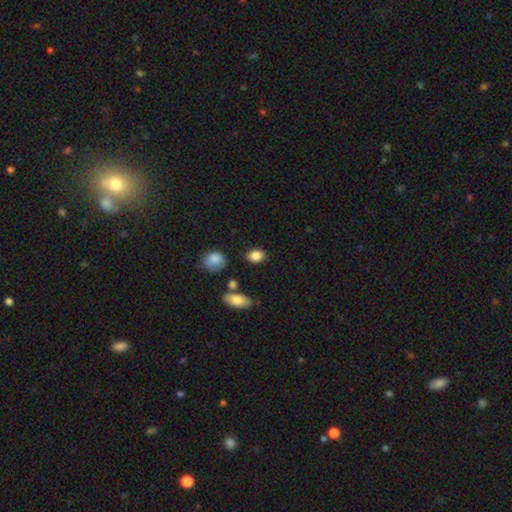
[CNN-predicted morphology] smooth_or_featured: smooth (p=0.86) [alt: star or artifact p=0.09]
how_rounded: in between (p=0.69) [alt: round p=0.29]
merging: none (p=0.81) [alt: minor disturbance p=0.12]